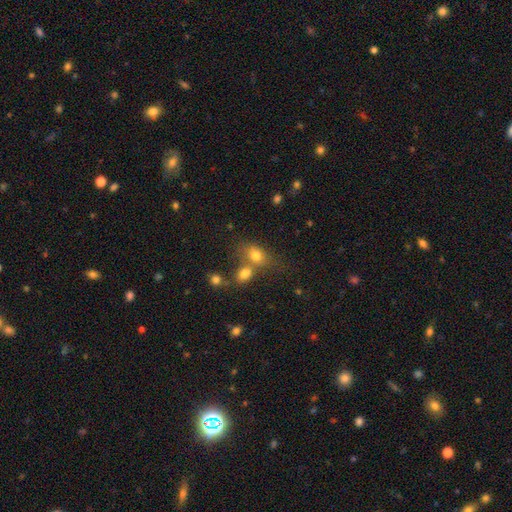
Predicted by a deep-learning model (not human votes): A smooth galaxy with no disk features (75%) that is in between round and cigar-shaped (67%).

Vote fractions:
- Smooth or featured? smooth: 75% / star or artifact: 13% / featured or disk: 12%
- How rounded? in between: 67% / round: 30% / cigar-shaped: 2%
- Merging? merger: 42% / none: 41% / minor disturbance: 12% / major disturbance: 6%